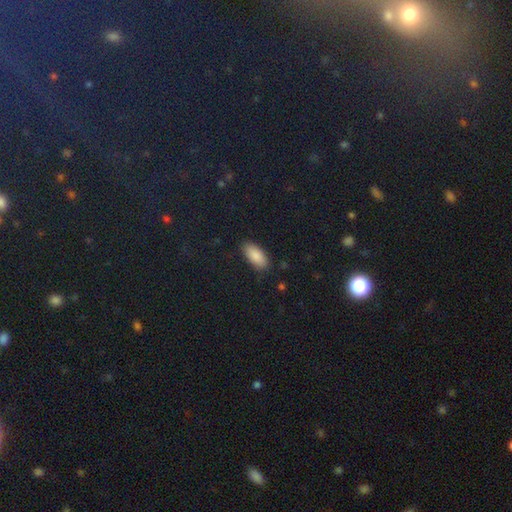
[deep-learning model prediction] Smooth or featured: smooth — 88% (star or artifact — 7%)
How rounded: in between — 90% (cigar-shaped — 8%)
Merging: none — 86% (minor disturbance — 10%)